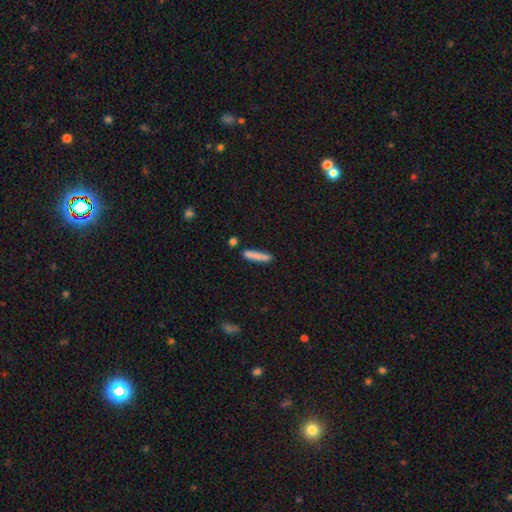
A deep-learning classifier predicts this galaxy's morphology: The model was most divided on "merging": none: 80%, minor disturbance: 11%, merger: 6%, major disturbance: 3%. More confident: how rounded — cigar-shaped (91%); smooth or featured — smooth (83%).